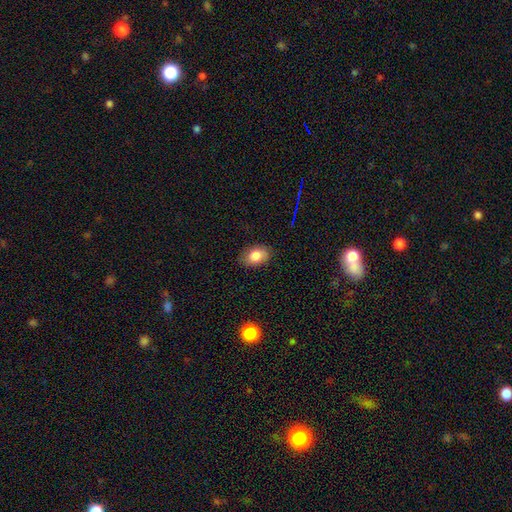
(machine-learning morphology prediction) This is clearly a smooth galaxy (82%). How rounded: clearly in between (85%). Merging: clearly none (82%).